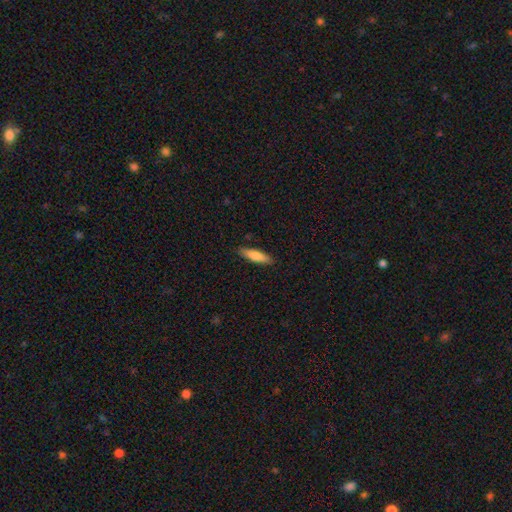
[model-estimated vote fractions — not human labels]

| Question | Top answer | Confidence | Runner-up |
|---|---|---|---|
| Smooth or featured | smooth | 79% | featured or disk (16%) |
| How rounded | cigar-shaped | 69% | in between (30%) |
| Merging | none | 88% | minor disturbance (9%) |